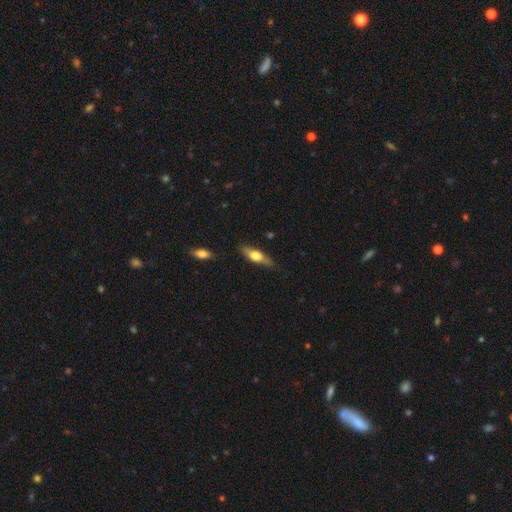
Q: Smooth or featured?
A: smooth (50%); runner-up: featured or disk (48%)
Q: How rounded?
A: in between (50%); runner-up: cigar-shaped (45%)
Q: Merging?
A: none (82%); runner-up: minor disturbance (10%)